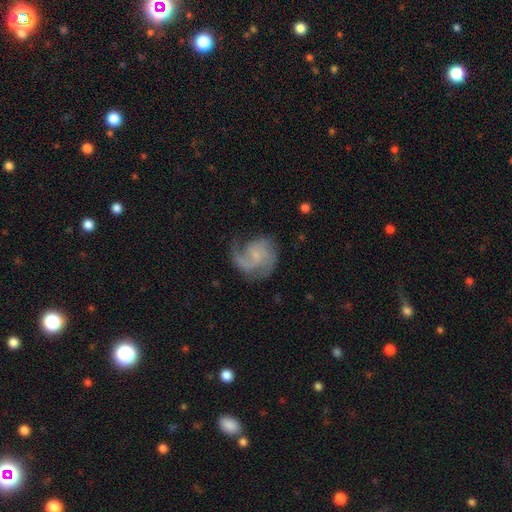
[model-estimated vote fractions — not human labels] A featured or disk galaxy (78%) with no bar (65%), 2 (44%) medium (46%) spiral arms (94%) and a small central bulge (68%).

Vote fractions:
- Smooth or featured? featured or disk: 78% / smooth: 15% / star or artifact: 7%
- Edge-on disk? no: 98% / yes: 2%
- Bar? no: 65% / weak: 31% / strong: 4%
- Spiral arms? yes: 94% / no: 6%
- Spiral winding? medium: 46% / loose: 29% / tight: 24%
- Spiral arm count? 2: 44% / 1: 31% / can't tell: 11% / 3: 9% / 4: 3% / more than 4: 3%
- Bulge size? small: 68% / none: 19% / moderate: 11% / large: 1% / dominant: 1%
- Merging? none: 59% / minor disturbance: 21% / major disturbance: 19% / merger: 2%